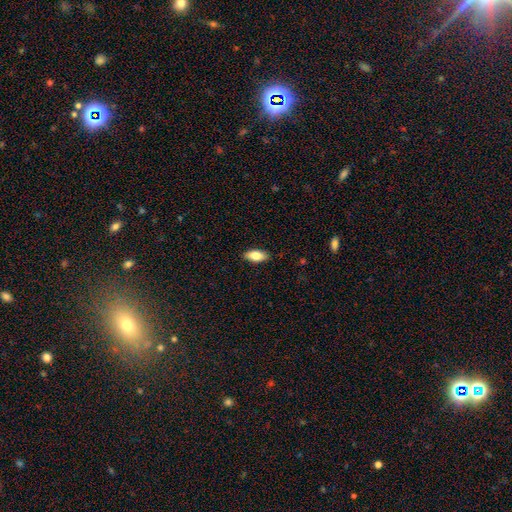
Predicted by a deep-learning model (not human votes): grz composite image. It shows a smooth galaxy with no disk features (81%) that is in between round and cigar-shaped (88%). Merging: none (88%).